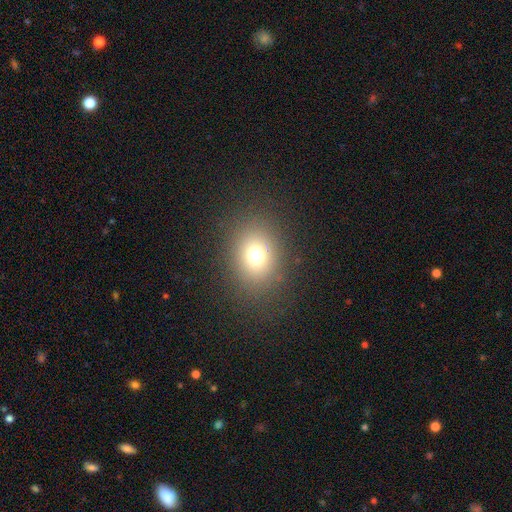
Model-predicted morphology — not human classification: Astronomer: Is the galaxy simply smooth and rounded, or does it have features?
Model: smooth — 71%.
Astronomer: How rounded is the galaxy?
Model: round — 55% (runner-up: in between, 44%).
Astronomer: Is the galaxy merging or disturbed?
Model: none — 84%.